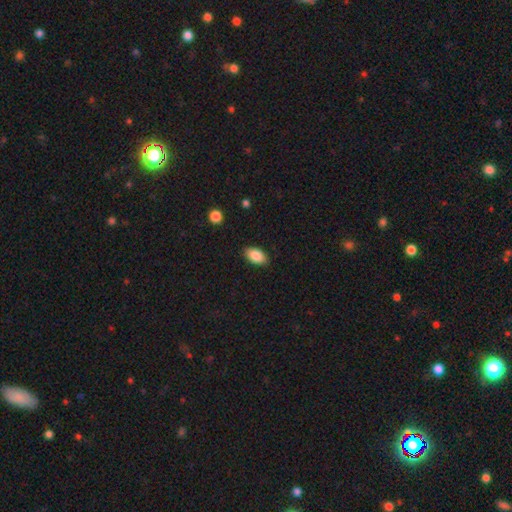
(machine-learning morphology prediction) This appears to be a smooth galaxy with no disk features (87%) that is in between round and cigar-shaped (93%). Merging: none (87%).